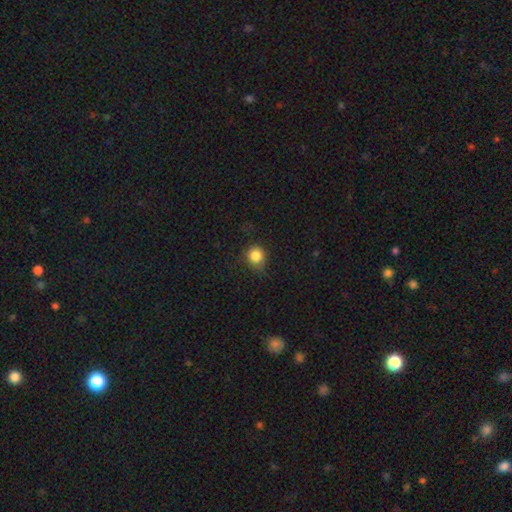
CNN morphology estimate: Q: Smooth or featured?
A: smooth (84%); runner-up: star or artifact (11%)
Q: How rounded?
A: round (86%); runner-up: in between (13%)
Q: Merging?
A: none (77%); runner-up: minor disturbance (17%)